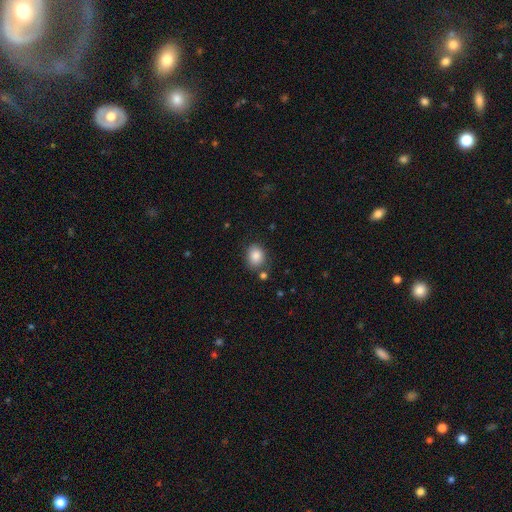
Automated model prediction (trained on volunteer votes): smooth 86%, star or artifact 9%, featured or disk 5%. Down the decision tree: how rounded — round (60%); merging — none (76%).